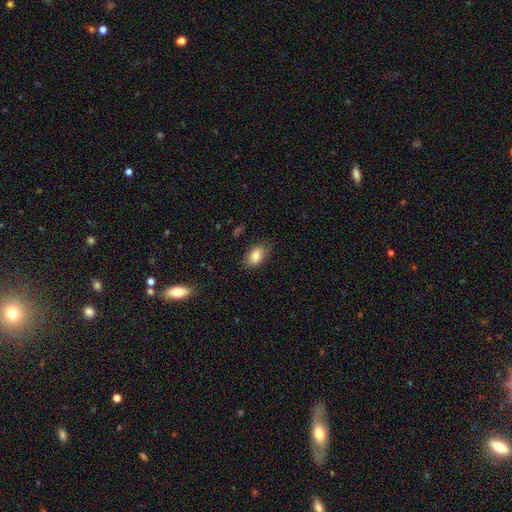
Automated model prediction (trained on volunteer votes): Overall: smooth (82%). How rounded: in between (90%). Merging: none (79%).